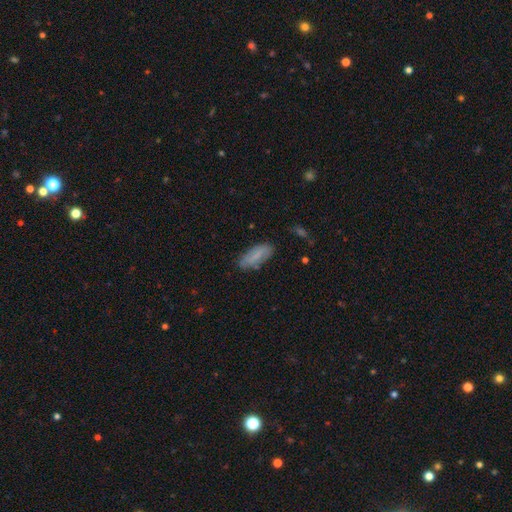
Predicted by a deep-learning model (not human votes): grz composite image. It shows a smooth galaxy with no disk features (73%) that is in between round and cigar-shaped (71%). Merging: none (79%).